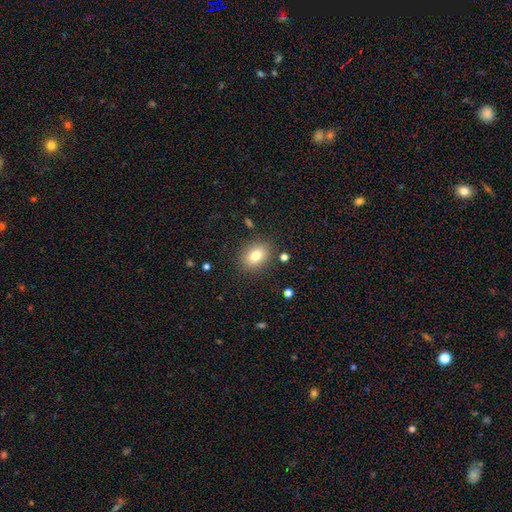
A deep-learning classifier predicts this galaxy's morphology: Smooth or featured? smooth (79%)
How rounded? in between (60%)
Merging? none (85%)